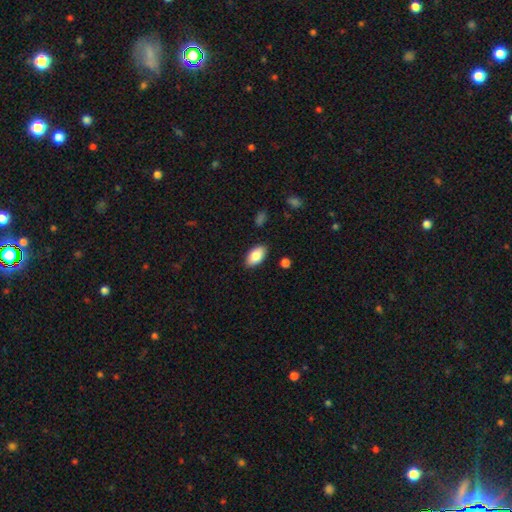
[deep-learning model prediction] smooth 86%, featured or disk 8%, star or artifact 7%. Down the decision tree: how rounded — in between (94%); merging — none (87%).